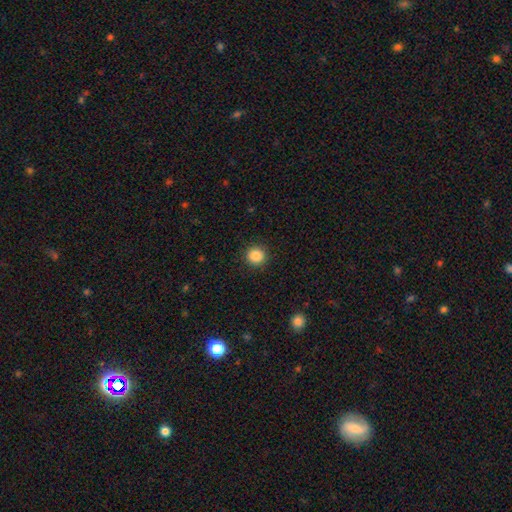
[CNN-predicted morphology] smooth 86%, star or artifact 10%, featured or disk 4%. Down the decision tree: how rounded — round (93%); merging — none (92%).